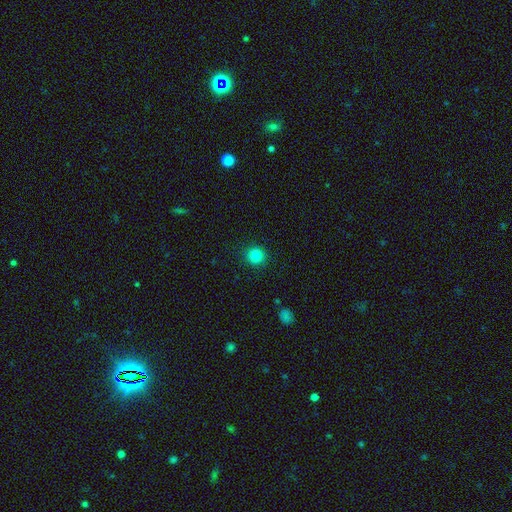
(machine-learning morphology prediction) Smooth or featured? Predicted: smooth (p=0.84). How rounded? Predicted: round (p=0.92). Merging? Predicted: none (p=0.91).